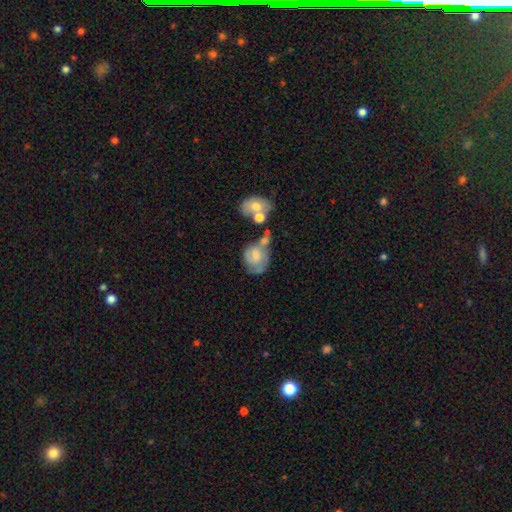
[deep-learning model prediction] A smooth galaxy with no disk features (51%) that is round (59%). Merging: none (30%).